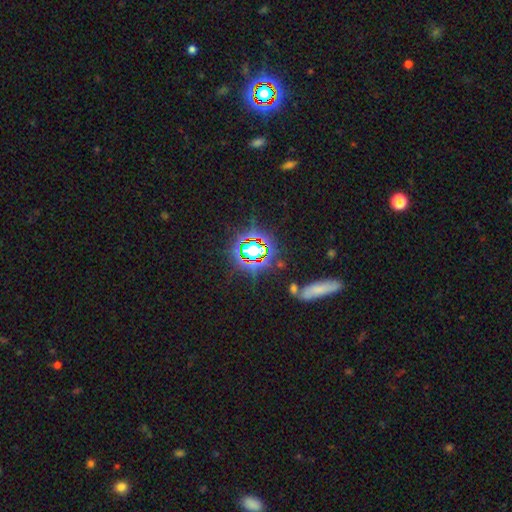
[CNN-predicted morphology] The model was most divided on "smooth or featured": star or artifact: 72%, smooth: 17%, featured or disk: 11%.